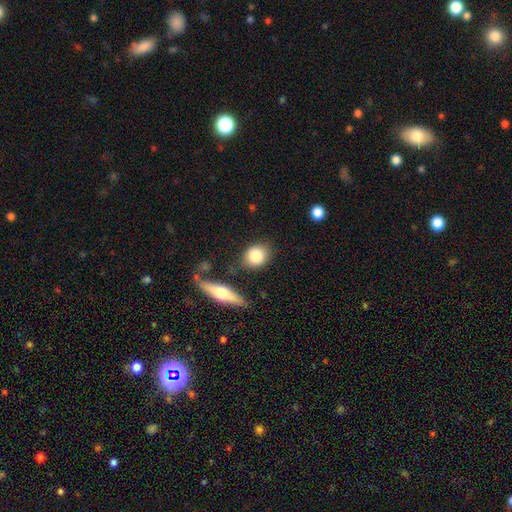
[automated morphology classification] Smooth or featured? Predicted: smooth (p=0.82). How rounded? Predicted: round (p=0.57). Merging? Predicted: none (p=0.76).